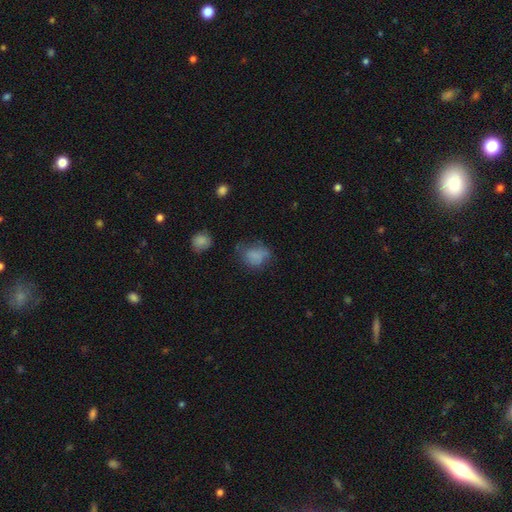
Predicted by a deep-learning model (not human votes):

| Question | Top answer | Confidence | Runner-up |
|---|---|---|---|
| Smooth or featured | smooth | 74% | featured or disk (13%) |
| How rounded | in between | 58% | round (41%) |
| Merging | none | 48% | minor disturbance (30%) |